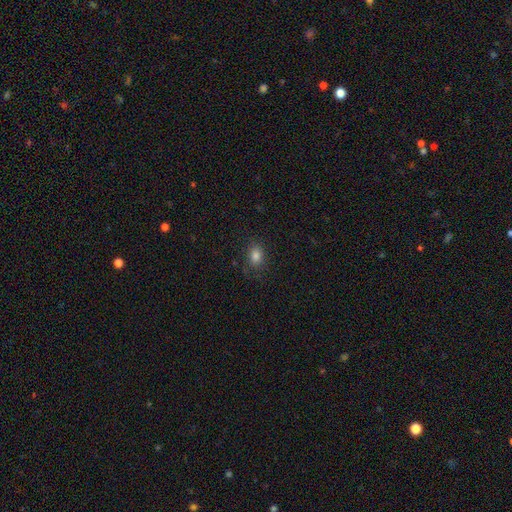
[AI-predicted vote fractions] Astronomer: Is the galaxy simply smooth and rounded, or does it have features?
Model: smooth — 82%.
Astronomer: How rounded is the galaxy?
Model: in between — 68%.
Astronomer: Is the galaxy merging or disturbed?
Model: none — 82%.